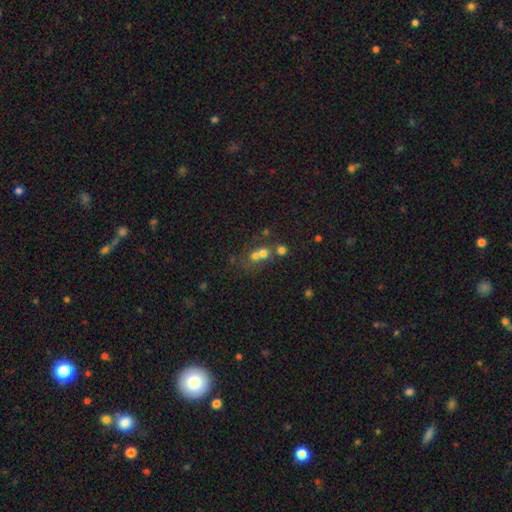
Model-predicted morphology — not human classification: Smooth or featured?
  - smooth: 61% *
  - featured or disk: 20%
  - star or artifact: 19%
How rounded?
  - round: 80% *
  - in between: 19%
  - cigar-shaped: 1%
Merging?
  - merger: 57% *
  - none: 33%
  - minor disturbance: 6%
  - major disturbance: 4%